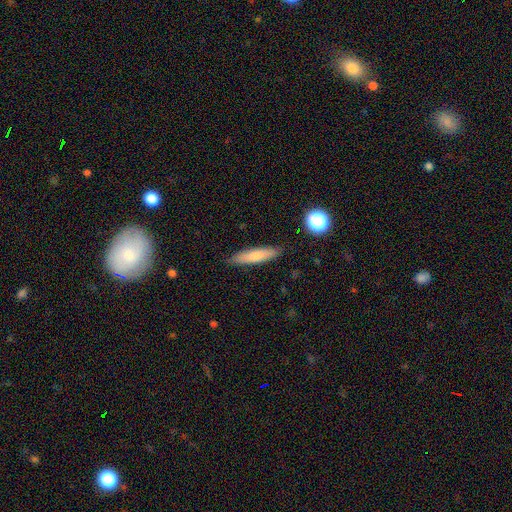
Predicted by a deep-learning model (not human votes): smooth-or-featured: smooth: 72% | featured or disk: 21% | star or artifact: 7%
  how-rounded: cigar-shaped: 82% | in between: 17% | round: 2%
  merging: none: 87% | minor disturbance: 10% | major disturbance: 2% | merger: 1%